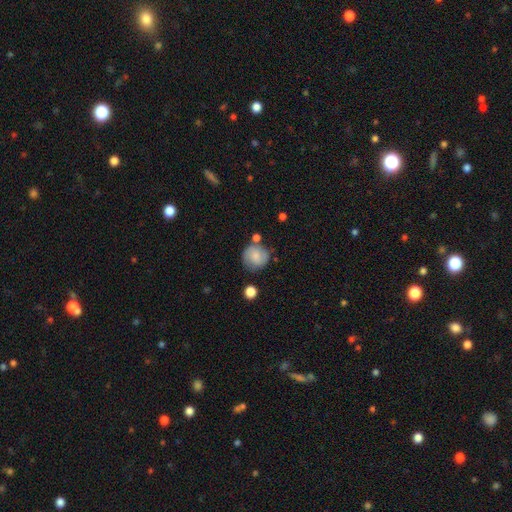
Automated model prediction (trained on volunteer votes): A smooth galaxy with no disk features (61%) that is round (85%). Merging: none (67%).